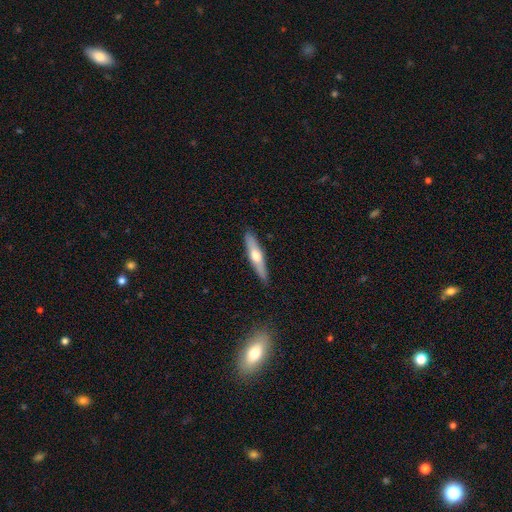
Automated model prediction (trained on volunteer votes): Smooth or featured? Predicted: smooth (p=0.49). Merging? Predicted: none (p=0.88).